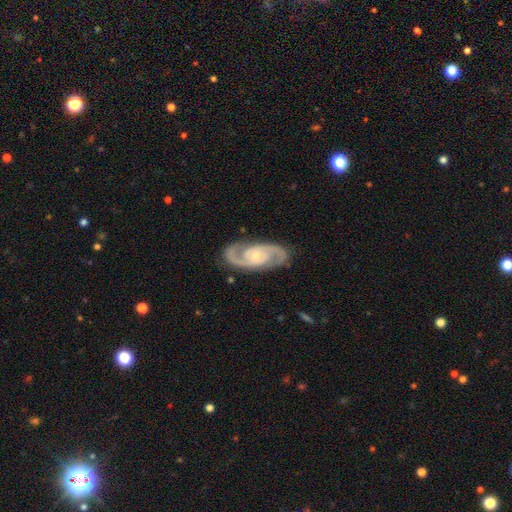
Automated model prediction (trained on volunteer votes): Smooth or featured?
  - featured or disk: 92% *
  - star or artifact: 4%
  - smooth: 4%
Edge-on disk?
  - no: 97% *
  - yes: 3%
Bar?
  - no: 57% *
  - weak: 32%
  - strong: 12%
Spiral arms?
  - yes: 98% *
  - no: 2%
Spiral winding?
  - medium: 49% *
  - tight: 43%
  - loose: 7%
Spiral arm count?
  - 2: 93% *
  - can't tell: 2%
  - 3: 2%
  - 1: 1%
  - 4: 1%
  - more than 4: 1%
Bulge size?
  - small: 63% *
  - moderate: 31%
  - none: 3%
  - large: 2%
  - dominant: 1%
Merging?
  - none: 85% *
  - minor disturbance: 11%
  - major disturbance: 3%
  - merger: 1%